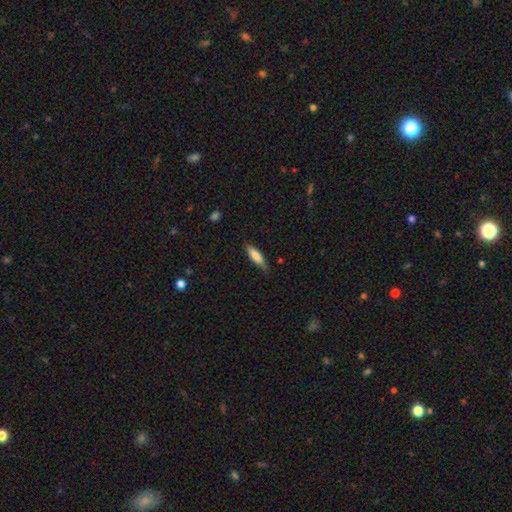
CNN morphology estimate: A smooth galaxy with no disk features (79%) that is cigar-shaped (58%). Merging: none (75%).